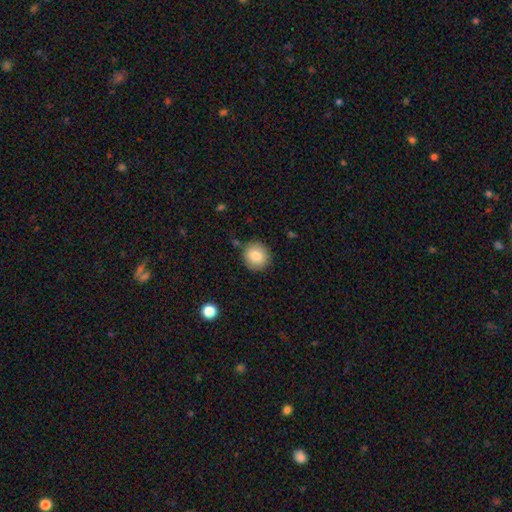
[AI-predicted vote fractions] The model was most divided on "smooth or featured": smooth: 84%, star or artifact: 9%, featured or disk: 8%. More confident: how rounded — round (90%); merging — none (86%).